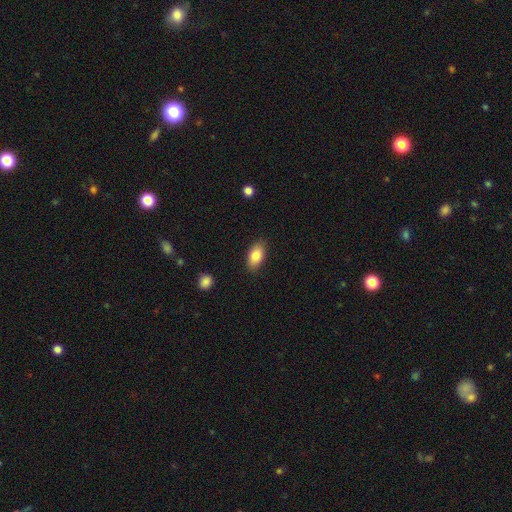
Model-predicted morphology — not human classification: This appears to be a smooth galaxy with no disk features (84%) that is in between round and cigar-shaped (91%). Merging: none (85%).